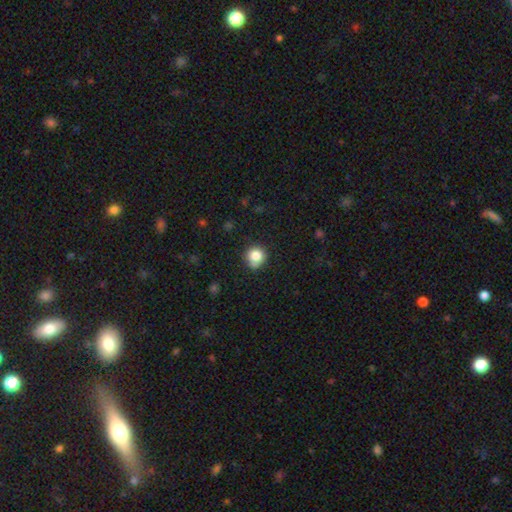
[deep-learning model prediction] This is clearly a smooth galaxy (82%). How rounded: clearly round (91%). Merging: likely none (73%).